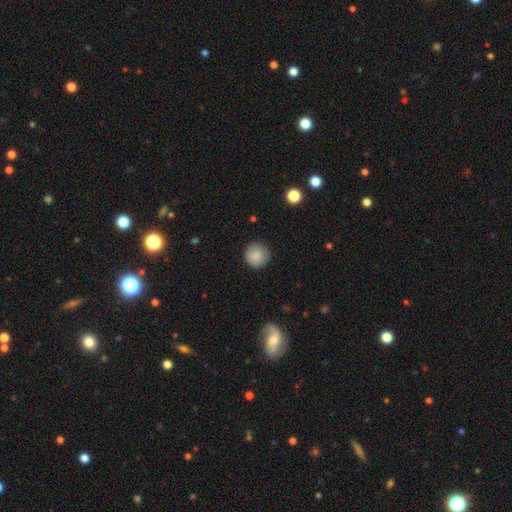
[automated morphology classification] type=smooth (87%); roundness=round (95%); merging=none (89%).